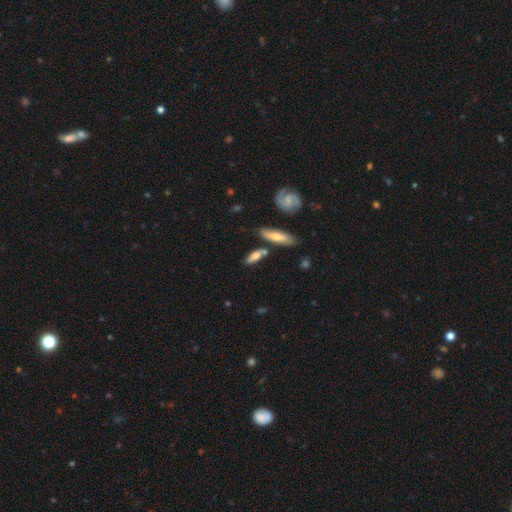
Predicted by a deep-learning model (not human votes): smooth 60%, featured or disk 33%, star or artifact 7%. Down the decision tree: how rounded — cigar-shaped (50%); merging — none (68%).